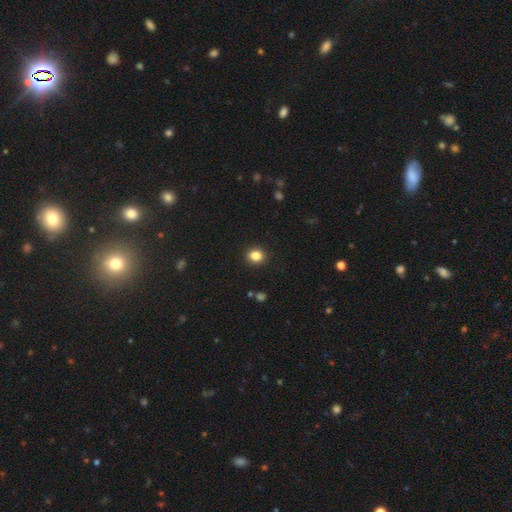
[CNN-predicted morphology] Smooth or featured?
  - smooth: 85% *
  - star or artifact: 11%
  - featured or disk: 5%
How rounded?
  - round: 75% *
  - in between: 24%
  - cigar-shaped: 1%
Merging?
  - none: 91% *
  - minor disturbance: 6%
  - major disturbance: 2%
  - merger: 1%